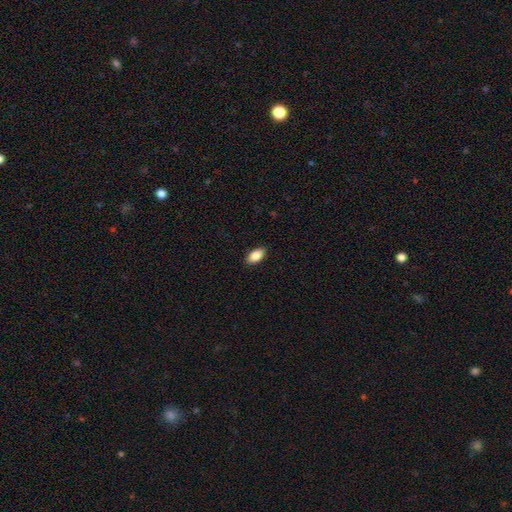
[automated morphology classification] A smooth galaxy with no disk features (86%) that is in between round and cigar-shaped (92%). Merging: none (89%).